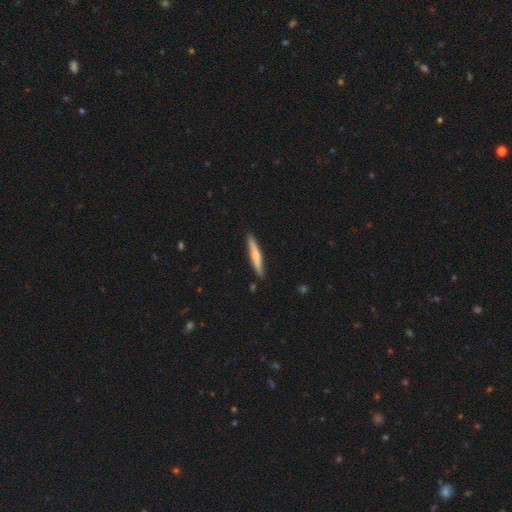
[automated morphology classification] This is likely a smooth galaxy (63%). How rounded: clearly cigar-shaped (94%). Merging: clearly none (87%).